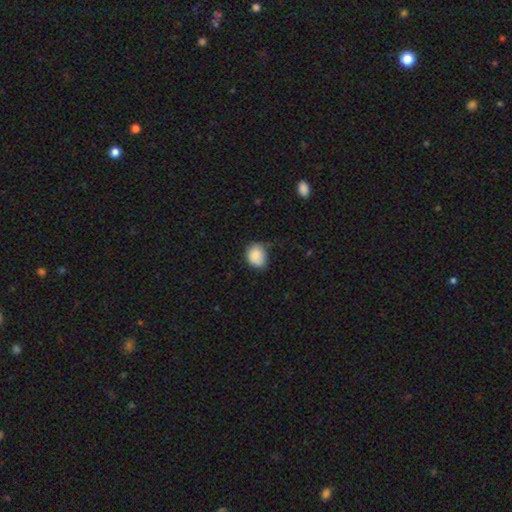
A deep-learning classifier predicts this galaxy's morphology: Overall: smooth (86%). How rounded: in between (53%; round 47%). Merging: none (55%; minor disturbance 35%).